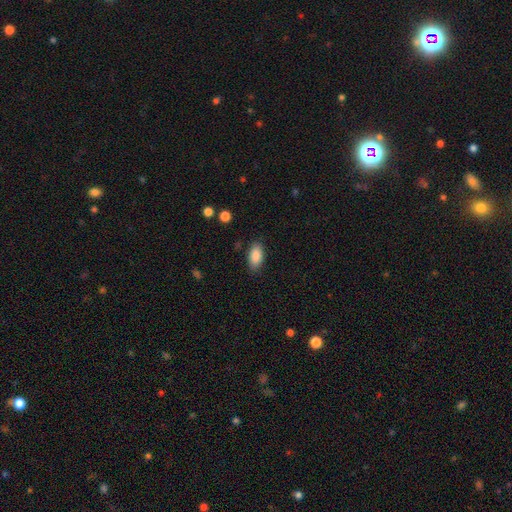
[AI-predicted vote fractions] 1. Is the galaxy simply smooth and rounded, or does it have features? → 89% smooth, 7% star or artifact, 4% featured or disk.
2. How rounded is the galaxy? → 92% in between, 5% cigar-shaped, 3% round.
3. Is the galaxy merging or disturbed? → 85% none, 11% minor disturbance, 3% major disturbance, 1% merger.